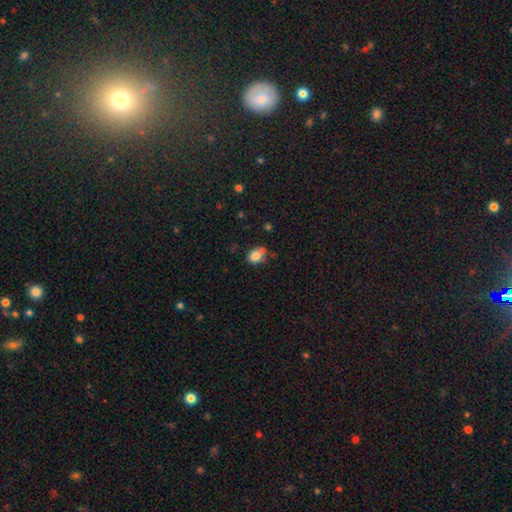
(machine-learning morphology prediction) The model was most divided on "how rounded": in between: 54%, round: 45%, cigar-shaped: 1%. More confident: smooth or featured — smooth (81%); merging — none (54%).